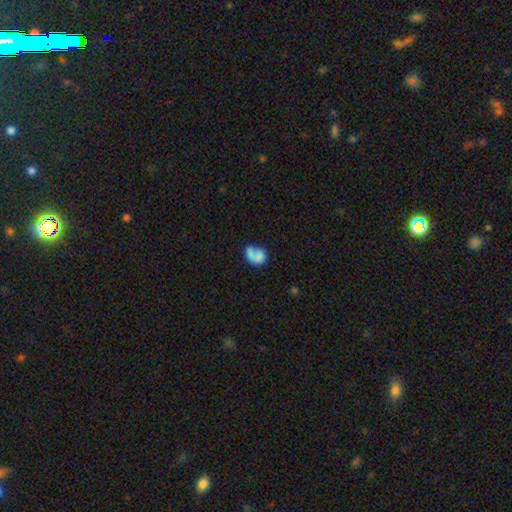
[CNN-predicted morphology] The model was most divided on "how rounded": in between: 53%, round: 46%, cigar-shaped: 1%. Remaining: smooth or featured — smooth (60%); merging — none (35%).